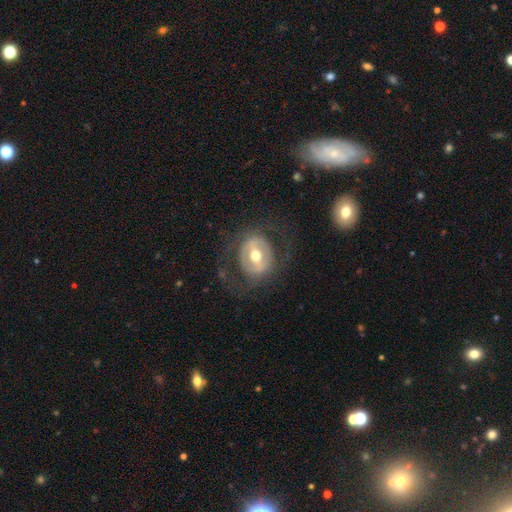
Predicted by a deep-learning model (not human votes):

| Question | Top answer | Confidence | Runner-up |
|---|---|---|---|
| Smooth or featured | featured or disk | 69% | smooth (25%) |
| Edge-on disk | no | 94% | yes (6%) |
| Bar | strong | 46% | weak (32%) |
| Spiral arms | no | 67% | yes (33%) |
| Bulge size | moderate | 75% | large (11%) |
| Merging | none | 70% | major disturbance (16%) |